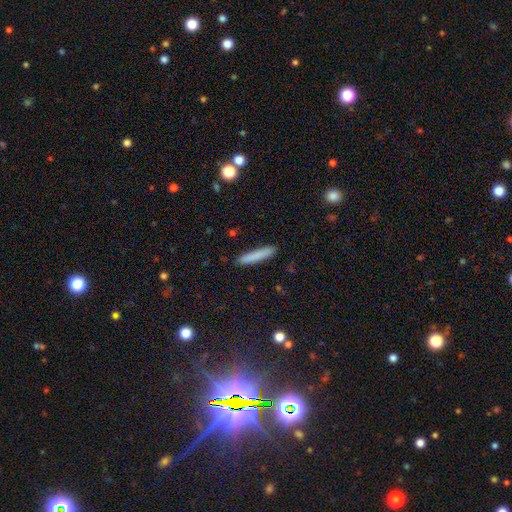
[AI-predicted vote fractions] Smooth or featured? smooth (82%)
How rounded? cigar-shaped (93%)
Merging? none (89%)